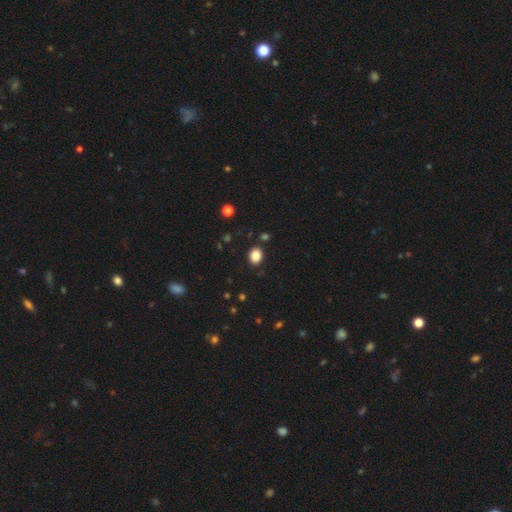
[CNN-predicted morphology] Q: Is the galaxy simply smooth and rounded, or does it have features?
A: smooth — 85%.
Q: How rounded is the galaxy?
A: in between — 51%.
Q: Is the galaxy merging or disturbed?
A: none — 87%.